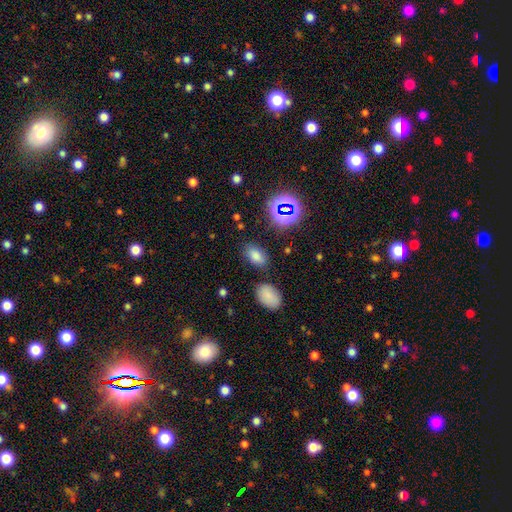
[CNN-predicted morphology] Smooth or featured?
  - smooth: 74% *
  - star or artifact: 18%
  - featured or disk: 8%
How rounded?
  - in between: 90% *
  - round: 8%
  - cigar-shaped: 2%
Merging?
  - none: 79% *
  - minor disturbance: 12%
  - merger: 5%
  - major disturbance: 4%